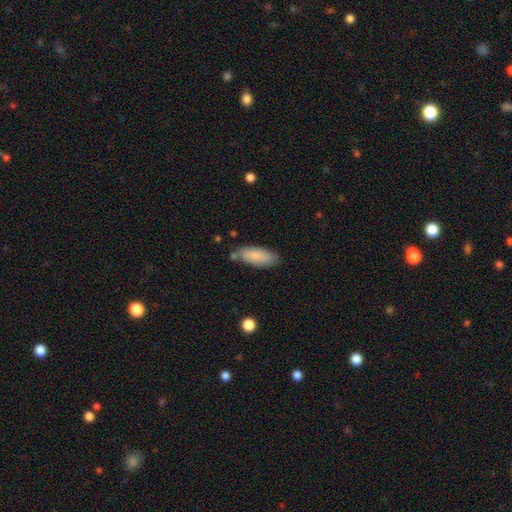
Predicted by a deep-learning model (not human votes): smooth_or_featured: smooth (p=0.85) [alt: featured or disk p=0.08]
how_rounded: in between (p=0.70) [alt: cigar-shaped p=0.28]
merging: none (p=0.76) [alt: minor disturbance p=0.16]